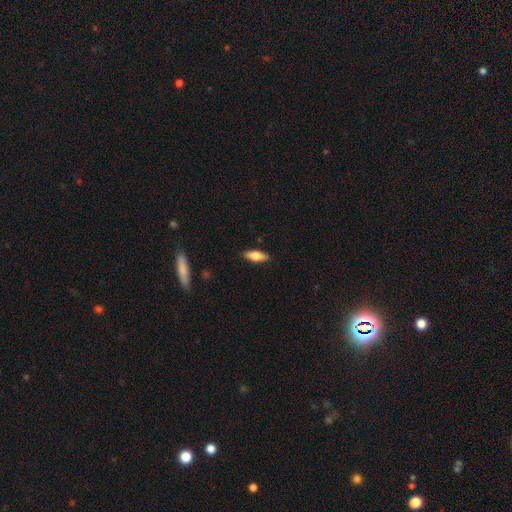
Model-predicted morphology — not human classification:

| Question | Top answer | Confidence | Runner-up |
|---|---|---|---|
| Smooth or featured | smooth | 66% | featured or disk (28%) |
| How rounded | in between | 63% | cigar-shaped (35%) |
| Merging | none | 87% | minor disturbance (10%) |